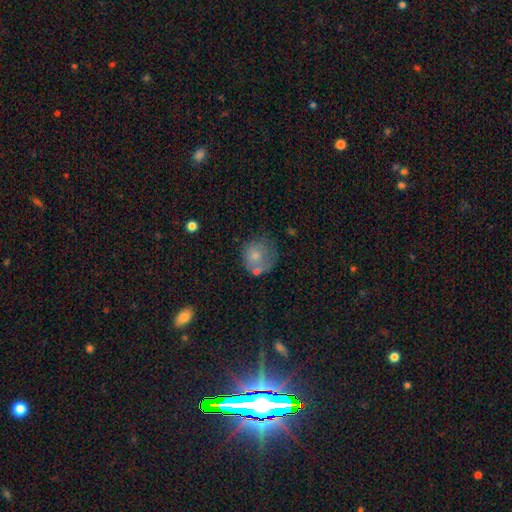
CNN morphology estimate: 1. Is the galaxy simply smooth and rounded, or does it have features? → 66% smooth, 25% featured or disk, 9% star or artifact.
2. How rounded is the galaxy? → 78% round, 21% in between, 1% cigar-shaped.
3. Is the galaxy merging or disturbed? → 45% none, 25% minor disturbance, 20% major disturbance, 10% merger.